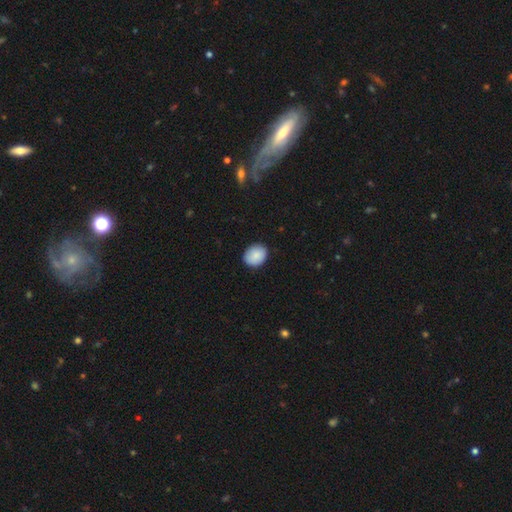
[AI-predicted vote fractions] A smooth galaxy with no disk features (88%) that is round (54%).

Vote fractions:
- Smooth or featured? smooth: 88% / star or artifact: 7% / featured or disk: 5%
- How rounded? round: 54% / in between: 45% / cigar-shaped: 1%
- Merging? none: 85% / minor disturbance: 12% / major disturbance: 2% / merger: 1%